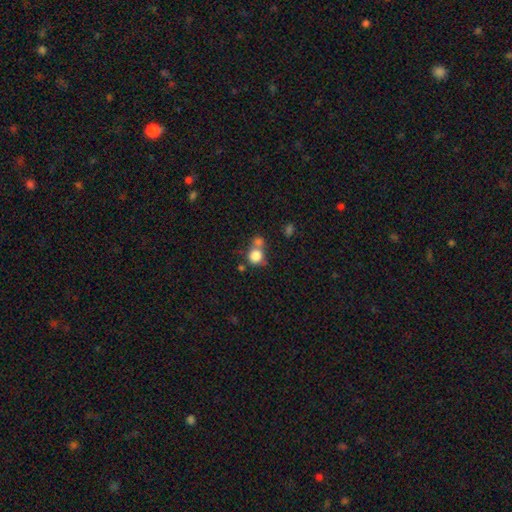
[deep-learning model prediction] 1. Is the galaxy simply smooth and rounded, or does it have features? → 82% smooth, 10% star or artifact, 8% featured or disk.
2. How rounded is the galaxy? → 85% round, 14% in between, 1% cigar-shaped.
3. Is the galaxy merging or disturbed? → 43% merger, 42% none, 10% minor disturbance, 5% major disturbance.